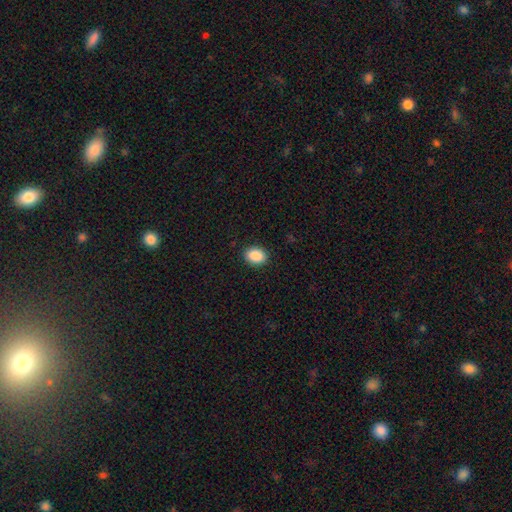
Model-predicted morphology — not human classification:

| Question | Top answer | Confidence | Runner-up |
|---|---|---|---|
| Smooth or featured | smooth | 89% | star or artifact (8%) |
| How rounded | in between | 66% | round (33%) |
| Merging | none | 90% | minor disturbance (7%) |